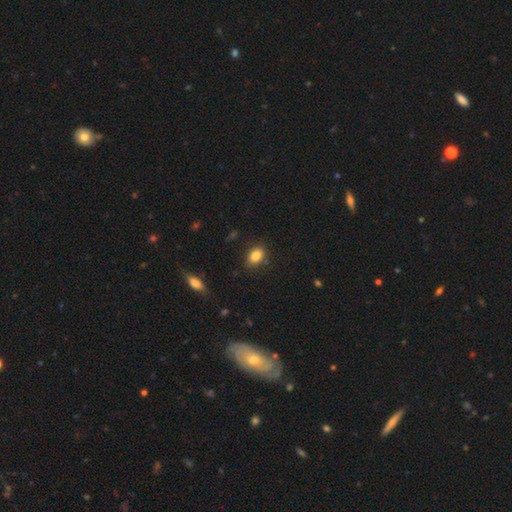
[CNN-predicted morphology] Smooth or featured?
  - smooth: 85% *
  - star or artifact: 9%
  - featured or disk: 6%
How rounded?
  - in between: 79% *
  - round: 19%
  - cigar-shaped: 2%
Merging?
  - none: 81% *
  - minor disturbance: 14%
  - major disturbance: 3%
  - merger: 1%